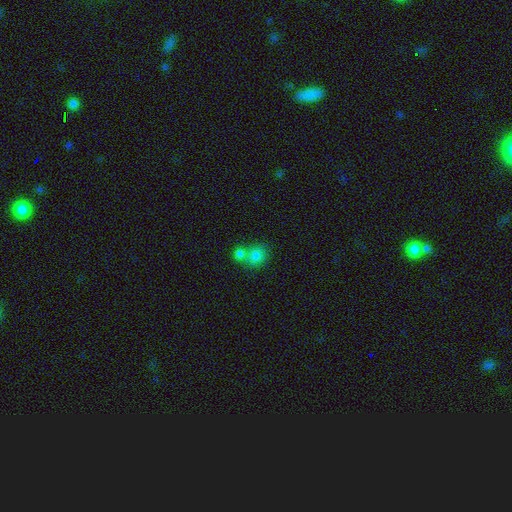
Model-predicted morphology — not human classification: Smooth or featured? smooth (80%)
How rounded? round (76%)
Merging? merger (46%)